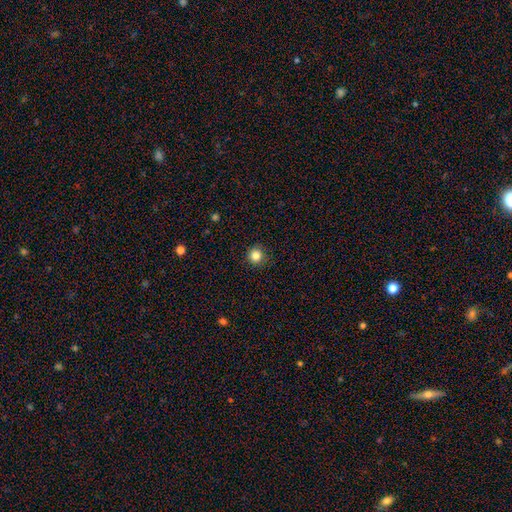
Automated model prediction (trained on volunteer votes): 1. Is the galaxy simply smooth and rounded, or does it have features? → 84% smooth, 11% star or artifact, 5% featured or disk.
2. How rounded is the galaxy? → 95% round, 4% in between, 1% cigar-shaped.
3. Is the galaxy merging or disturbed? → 91% none, 6% minor disturbance, 2% major disturbance, 1% merger.